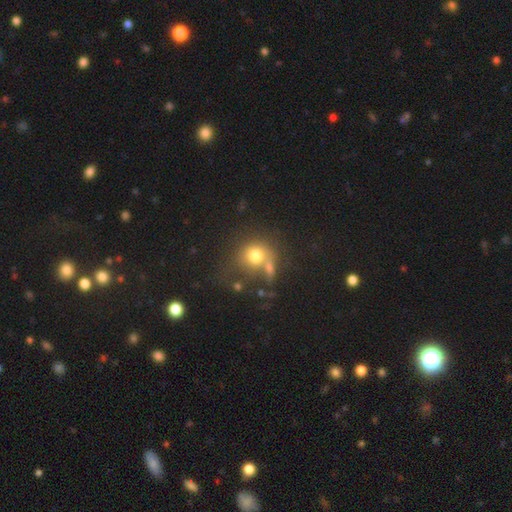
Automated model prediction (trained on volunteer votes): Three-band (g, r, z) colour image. It shows a smooth galaxy with no disk features (74%) that is round (81%). Merging: none (48%).